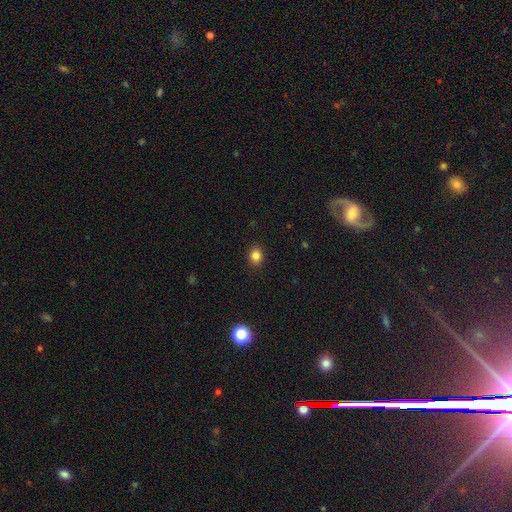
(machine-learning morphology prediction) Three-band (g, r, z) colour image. It shows a smooth galaxy with no disk features (83%) that is round (62%). Merging: none (91%).